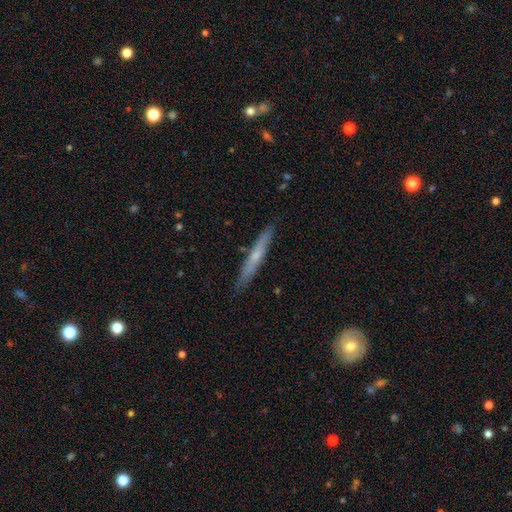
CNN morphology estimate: Smooth or featured? featured or disk (49%)
Merging? none (87%)